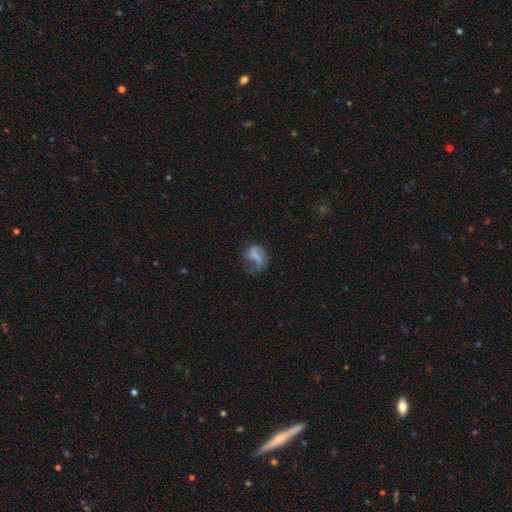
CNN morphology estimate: A smooth galaxy with no disk features (50%). Merging: none (39%).